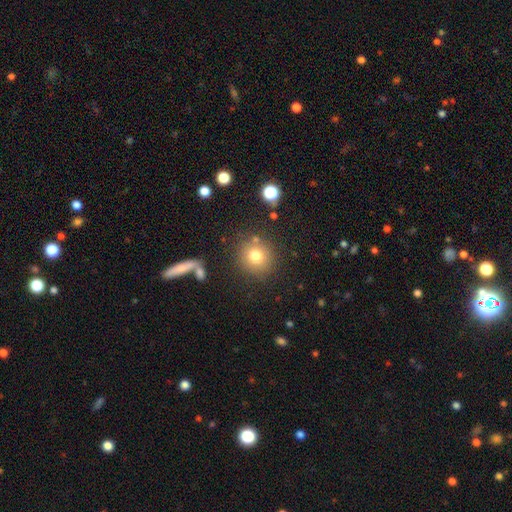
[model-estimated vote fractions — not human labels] Smooth or featured? Predicted: smooth (p=0.77). How rounded? Predicted: round (p=0.91). Merging? Predicted: none (p=0.81).